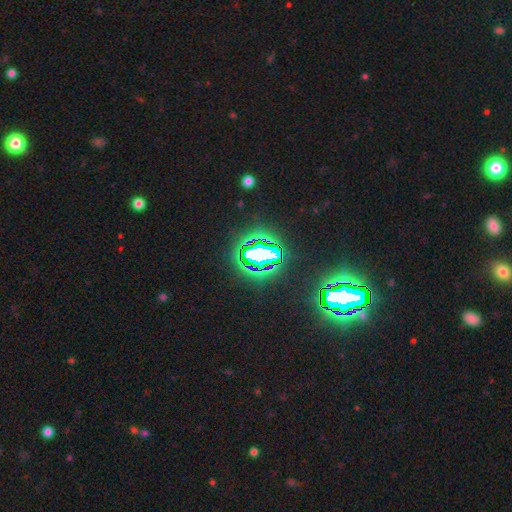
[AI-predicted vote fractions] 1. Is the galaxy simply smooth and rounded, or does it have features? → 83% star or artifact, 10% smooth, 7% featured or disk.